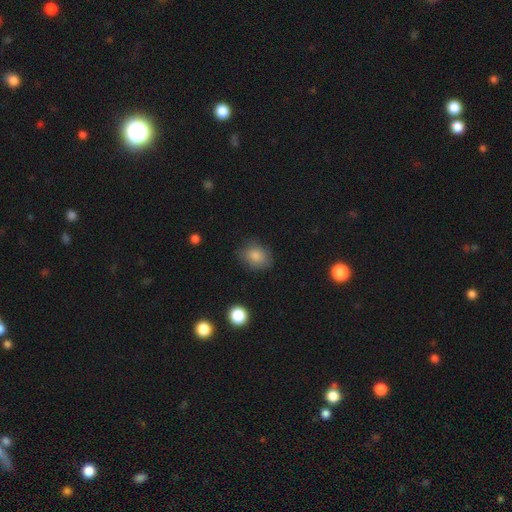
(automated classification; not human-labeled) A smooth galaxy with no disk features (83%) that is in between round and cigar-shaped (63%). Merging: none (74%).